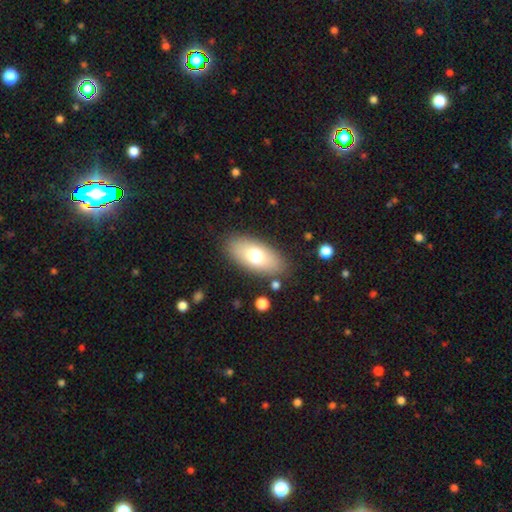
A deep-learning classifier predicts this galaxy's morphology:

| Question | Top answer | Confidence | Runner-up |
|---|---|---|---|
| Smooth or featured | smooth | 69% | featured or disk (23%) |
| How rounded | in between | 89% | cigar-shaped (7%) |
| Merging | none | 84% | minor disturbance (10%) |